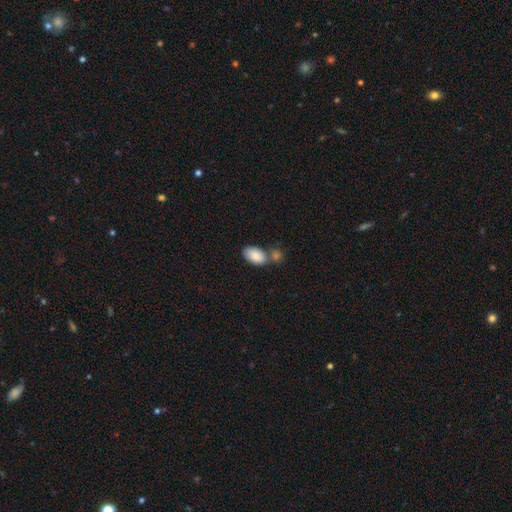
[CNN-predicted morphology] type=smooth (87%); roundness=in between (93%); merging=none (44%).